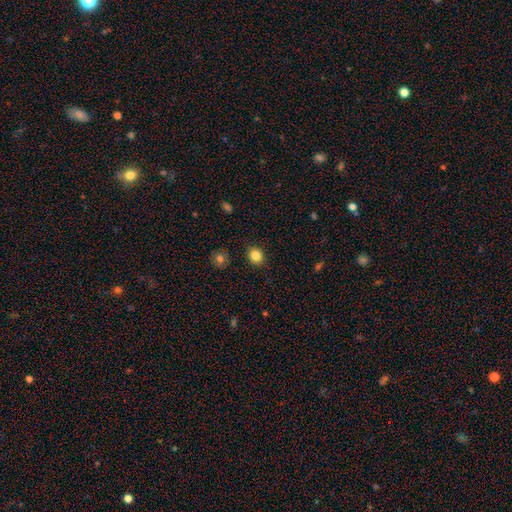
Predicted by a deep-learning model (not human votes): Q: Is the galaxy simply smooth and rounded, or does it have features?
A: smooth — 84%.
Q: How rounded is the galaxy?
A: round — 73%.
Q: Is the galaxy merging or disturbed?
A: none — 90%.